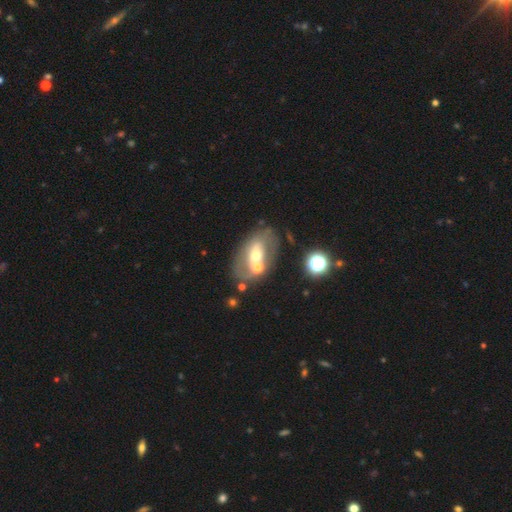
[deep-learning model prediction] This is possibly a featured or disk galaxy (55%). It is clearly not viewed edge-on (93%). Bar: likely no (65%). Spiral arm pattern: likely no (67%). Central bulge: possibly moderate (59%). Merging: possibly none (49%).